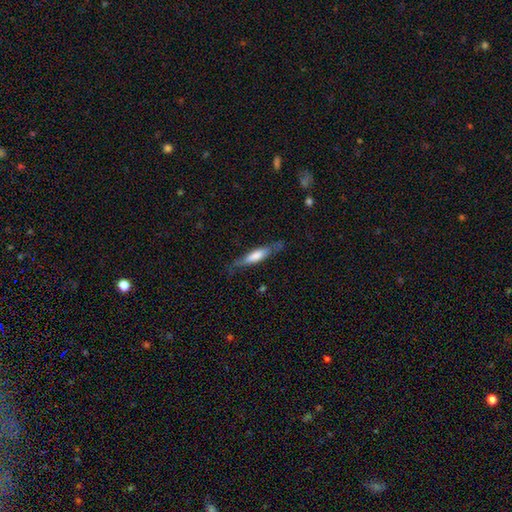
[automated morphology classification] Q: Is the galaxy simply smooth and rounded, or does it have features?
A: smooth — 54%.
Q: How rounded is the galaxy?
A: cigar-shaped — 78%.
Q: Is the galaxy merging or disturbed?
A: none — 72%.